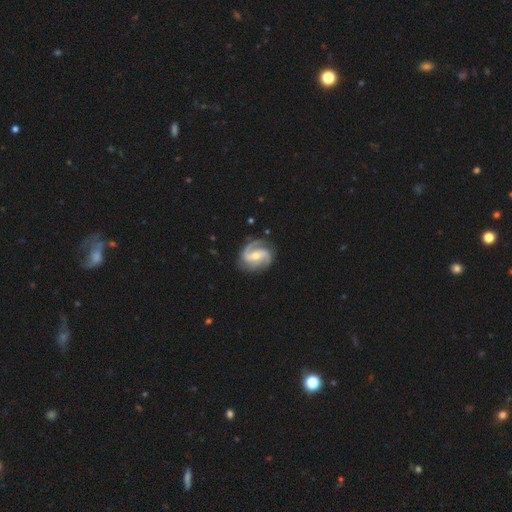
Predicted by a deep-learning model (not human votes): This appears to be a featured or disk galaxy (91%) with a weak bar (43%), 2 (67%) medium (53%) spiral arms (98%) and a moderate central bulge (50%). Merging: none (79%).